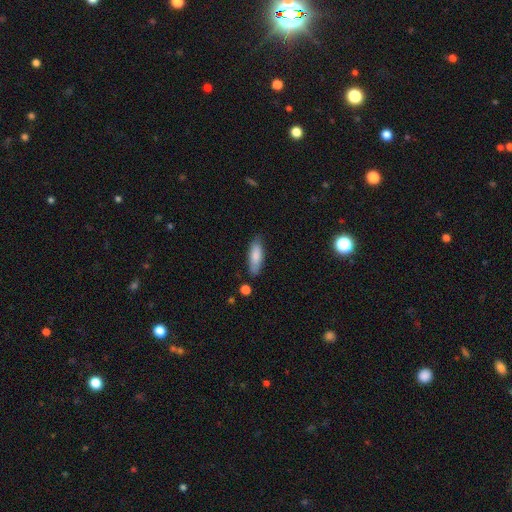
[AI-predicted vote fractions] The model was most divided on "how rounded": in between: 58%, cigar-shaped: 40%, round: 2%. More confident: smooth or featured — smooth (82%); merging — none (76%).